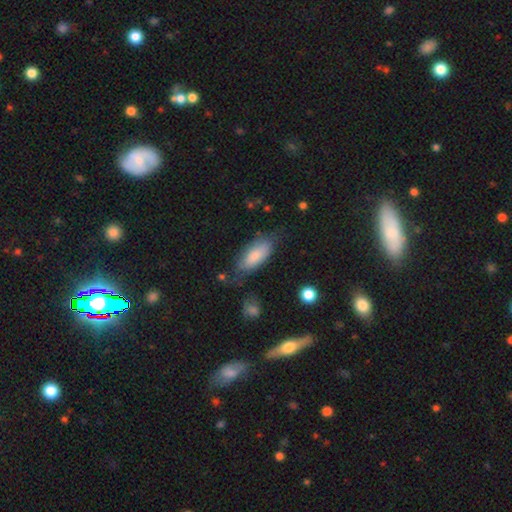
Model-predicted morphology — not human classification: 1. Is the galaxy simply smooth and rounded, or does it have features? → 68% smooth, 22% featured or disk, 10% star or artifact.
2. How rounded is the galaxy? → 78% in between, 20% cigar-shaped, 2% round.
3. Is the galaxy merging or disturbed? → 65% none, 25% minor disturbance, 7% major disturbance, 3% merger.